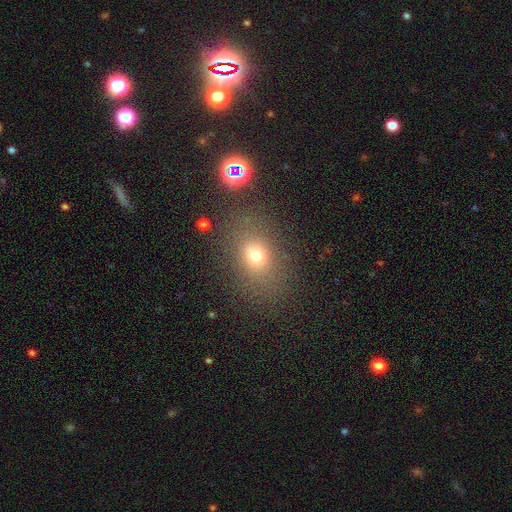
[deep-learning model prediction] Q: Smooth or featured?
A: smooth (69%); runner-up: star or artifact (19%)
Q: How rounded?
A: in between (63%); runner-up: round (35%)
Q: Merging?
A: none (77%); runner-up: minor disturbance (12%)